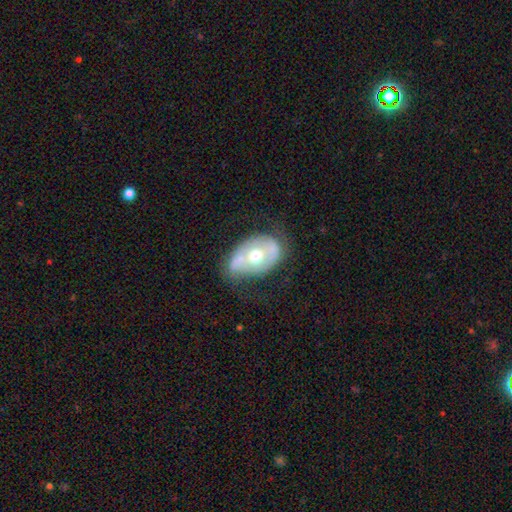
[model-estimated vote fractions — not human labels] featured or disk 60%, smooth 33%, star or artifact 7%. Down the decision tree: edge-on disk — no (92%); bar — no (61%); spiral arms — no (57%); bulge size — moderate (71%); merging — none (47%).